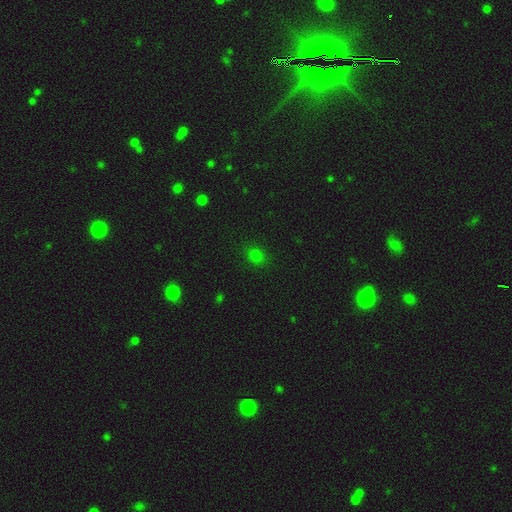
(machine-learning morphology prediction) The model was most divided on "how rounded": round: 64%, in between: 35%, cigar-shaped: 1%. More confident: merging — none (86%); smooth or featured — smooth (76%).